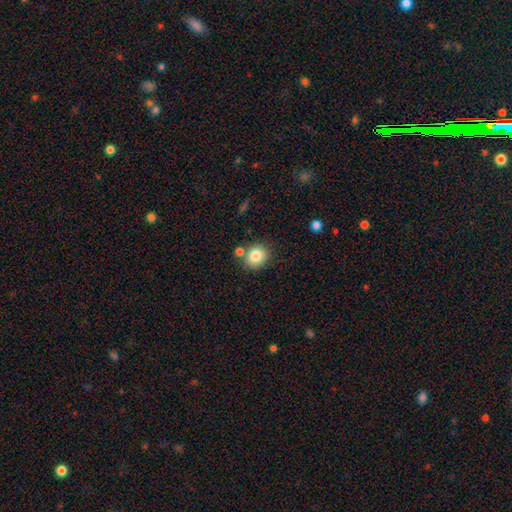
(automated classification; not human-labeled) Overall: smooth (82%). How rounded: round (77%). Merging: none (72%).